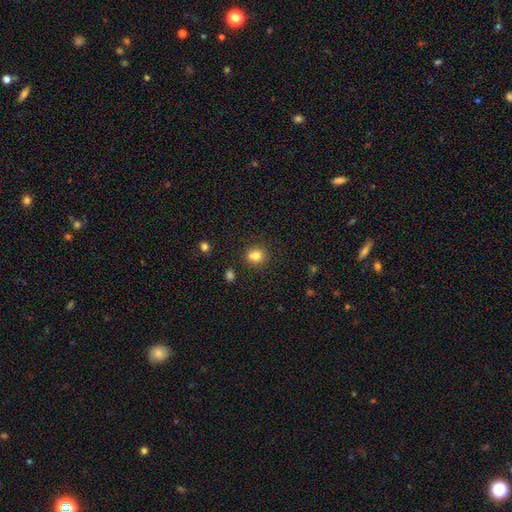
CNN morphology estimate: Smooth or featured: smooth — 78% (star or artifact — 13%)
How rounded: round — 80% (in between — 19%)
Merging: none — 71% (merger — 14%)